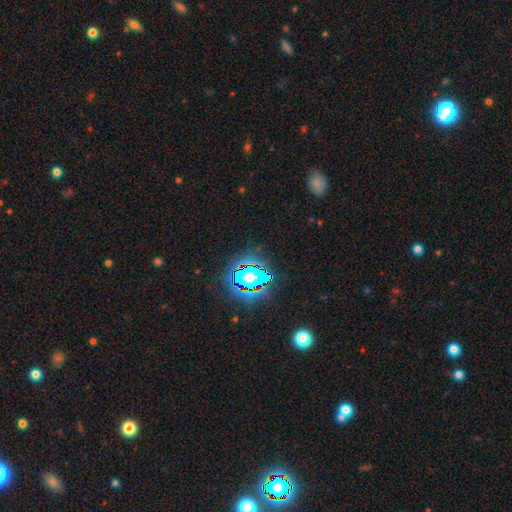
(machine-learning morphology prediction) Overall: star or artifact (81%).